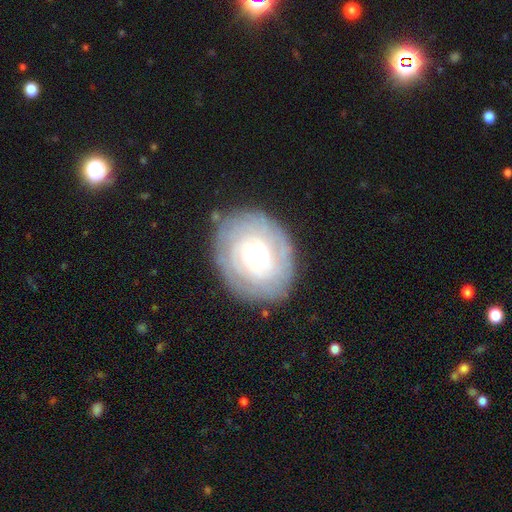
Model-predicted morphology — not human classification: Smooth or featured? Predicted: featured or disk (p=0.69). Edge-on disk? Predicted: no (p=0.96). Bar? Predicted: no (p=0.77). Spiral arms? Predicted: yes (p=0.82). Spiral winding? Predicted: tight (p=0.80). Spiral arm count? Predicted: can't tell (p=0.56). Bulge size? Predicted: small (p=0.46). Merging? Predicted: none (p=0.82).